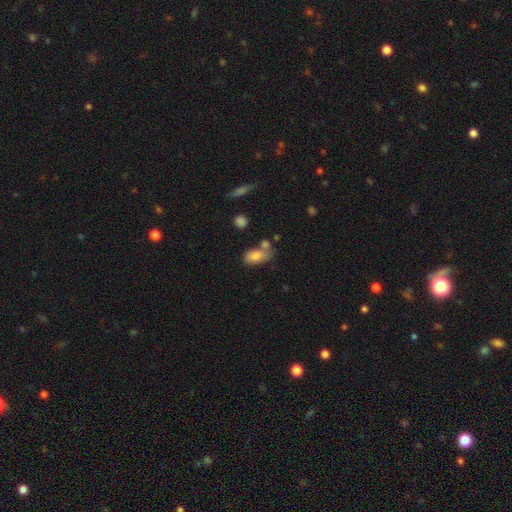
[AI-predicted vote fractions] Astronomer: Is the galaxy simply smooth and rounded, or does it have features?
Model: smooth — 79%.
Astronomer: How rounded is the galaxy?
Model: in between — 90%.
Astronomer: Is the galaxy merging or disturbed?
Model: none — 49%.